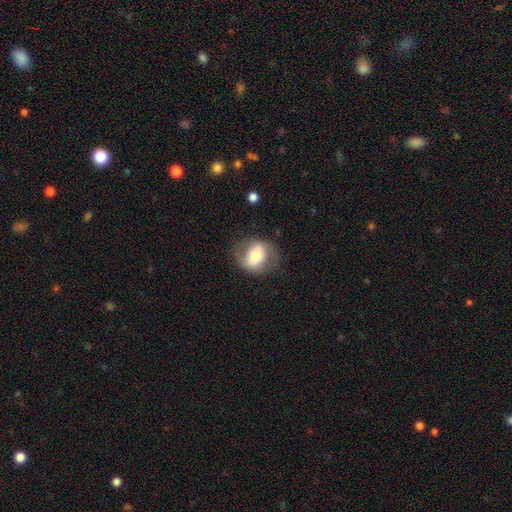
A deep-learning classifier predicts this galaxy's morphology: This is possibly a smooth galaxy (53%). How rounded: possibly round (59%). Merging: likely none (72%).